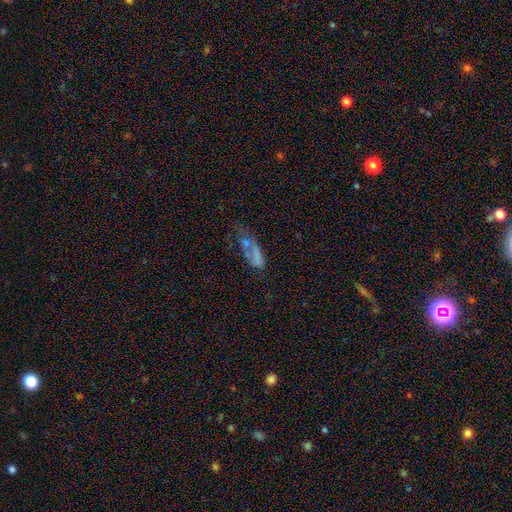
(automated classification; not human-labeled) A smooth galaxy with no disk features (50%) that is in between round and cigar-shaped (77%).

Vote fractions:
- Smooth or featured? smooth: 50% / featured or disk: 34% / star or artifact: 15%
- How rounded? in between: 77% / cigar-shaped: 18% / round: 5%
- Merging? major disturbance: 34% / none: 25% / merger: 21% / minor disturbance: 20%